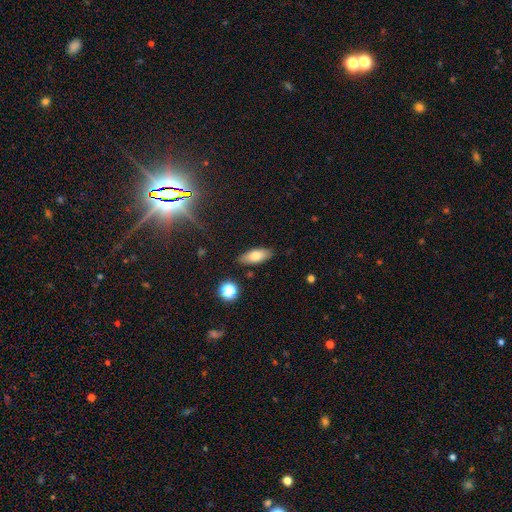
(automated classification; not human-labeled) smooth_or_featured: smooth (p=0.77) [alt: featured or disk p=0.15]
how_rounded: in between (p=0.81) [alt: cigar-shaped p=0.16]
merging: none (p=0.85) [alt: minor disturbance p=0.11]